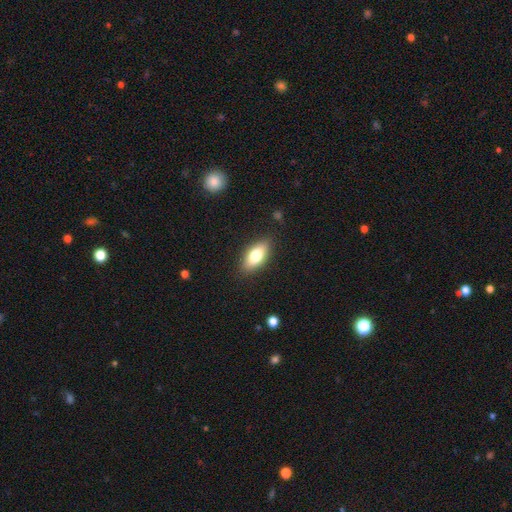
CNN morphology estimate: Smooth or featured: smooth — 75% (featured or disk — 18%)
How rounded: in between — 84% (cigar-shaped — 13%)
Merging: none — 86% (minor disturbance — 10%)